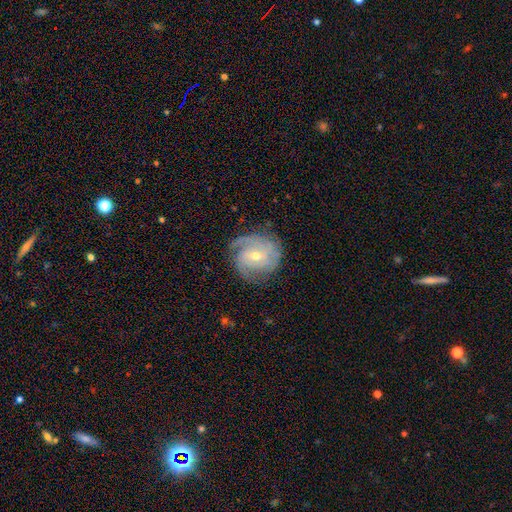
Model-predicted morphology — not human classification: Smooth or featured? featured or disk (84%)
Edge-on disk? no (97%)
Bar? no (55%)
Spiral arms? yes (96%)
Spiral winding? tight (63%)
Spiral arm count? 3 (30%)
Bulge size? small (51%)
Merging? none (74%)